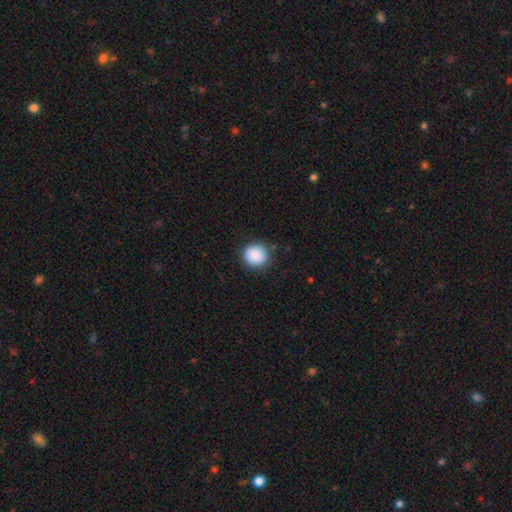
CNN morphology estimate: This is clearly a smooth galaxy (88%). How rounded: clearly round (88%). Merging: clearly none (86%).